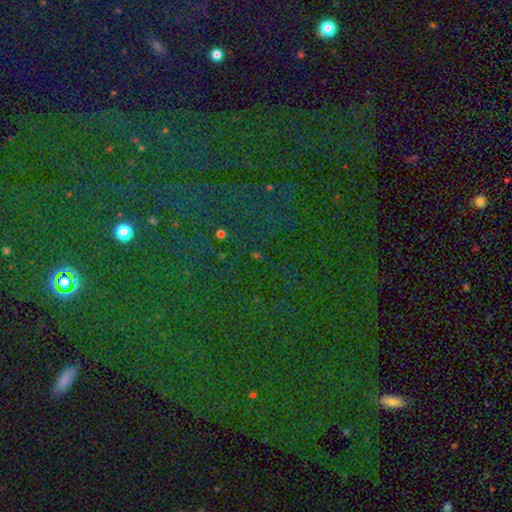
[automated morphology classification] smooth_or_featured: star or artifact (p=0.80) [alt: smooth p=0.11]